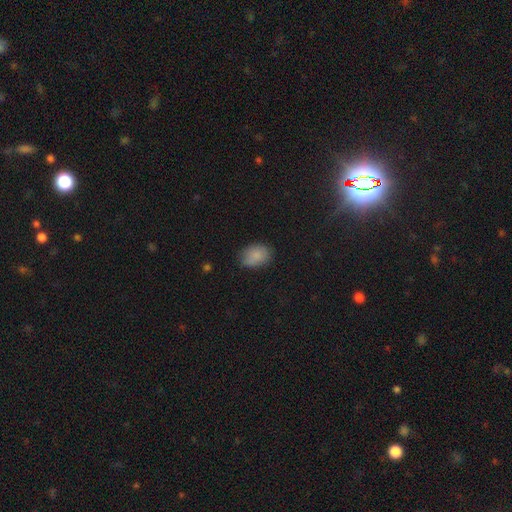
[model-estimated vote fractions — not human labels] Smooth or featured? Predicted: smooth (p=0.85). How rounded? Predicted: in between (p=0.80). Merging? Predicted: none (p=0.72).